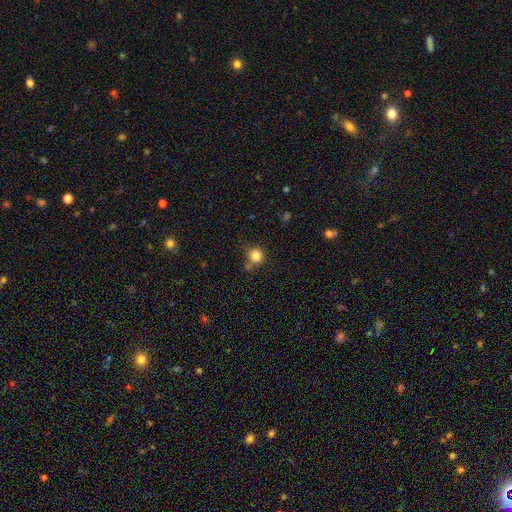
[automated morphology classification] Overall: smooth (83%). How rounded: round (89%). Merging: none (67%).